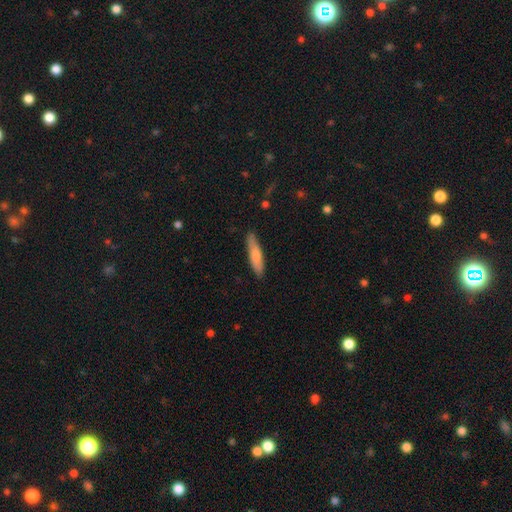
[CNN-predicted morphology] Smooth or featured? smooth (75%)
How rounded? cigar-shaped (76%)
Merging? none (84%)